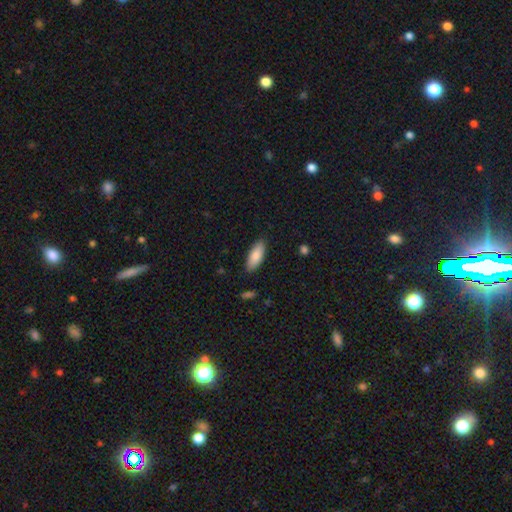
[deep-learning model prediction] A smooth galaxy with no disk features (84%) that is in between round and cigar-shaped (74%).

Vote fractions:
- Smooth or featured? smooth: 84% / featured or disk: 10% / star or artifact: 6%
- How rounded? in between: 74% / cigar-shaped: 24% / round: 2%
- Merging? none: 87% / minor disturbance: 10% / major disturbance: 2% / merger: 1%